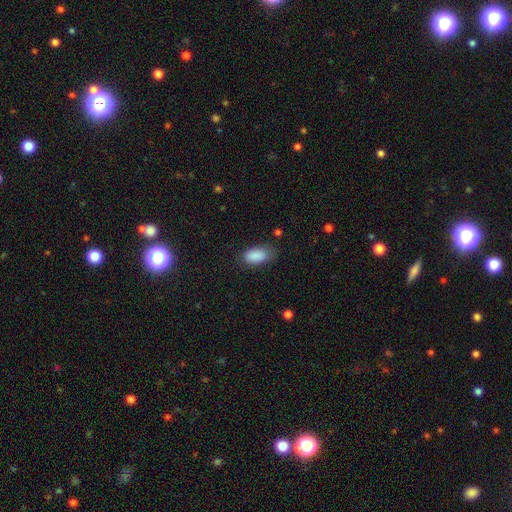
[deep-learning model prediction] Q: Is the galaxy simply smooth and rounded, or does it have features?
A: smooth — 88%.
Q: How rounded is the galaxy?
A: in between — 91%.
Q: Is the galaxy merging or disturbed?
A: none — 72%.